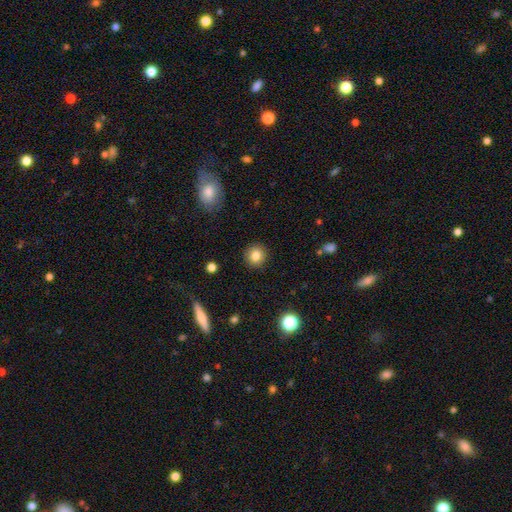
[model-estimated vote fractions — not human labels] Q: Smooth or featured?
A: smooth (83%); runner-up: star or artifact (10%)
Q: How rounded?
A: round (92%); runner-up: in between (7%)
Q: Merging?
A: none (91%); runner-up: minor disturbance (6%)